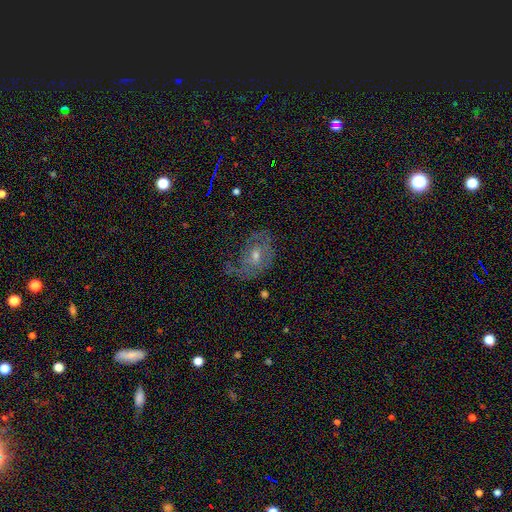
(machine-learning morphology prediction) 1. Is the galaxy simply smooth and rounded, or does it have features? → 65% featured or disk, 23% smooth, 12% star or artifact.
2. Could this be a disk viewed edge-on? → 95% no, 5% yes.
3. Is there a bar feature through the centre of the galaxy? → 62% no, 32% weak, 6% strong.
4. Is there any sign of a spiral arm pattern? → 75% yes, 25% no.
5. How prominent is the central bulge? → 54% moderate, 41% small, 3% large, 2% none, 1% dominant.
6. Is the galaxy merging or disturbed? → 47% none, 26% minor disturbance, 25% major disturbance, 2% merger.